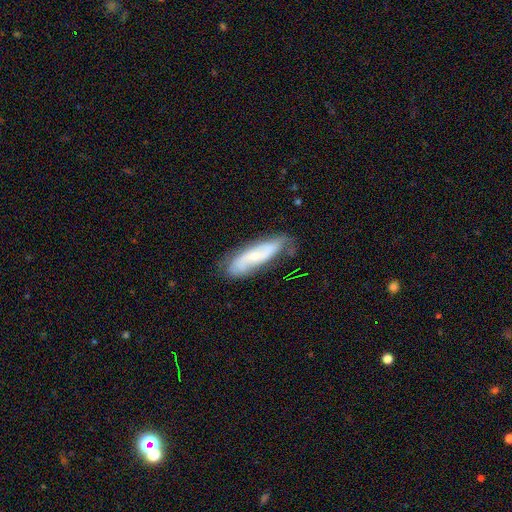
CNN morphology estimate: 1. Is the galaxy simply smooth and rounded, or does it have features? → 64% featured or disk, 29% smooth, 7% star or artifact.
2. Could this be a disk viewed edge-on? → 81% no, 19% yes.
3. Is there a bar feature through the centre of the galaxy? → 58% no, 30% weak, 12% strong.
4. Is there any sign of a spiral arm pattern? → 87% yes, 13% no.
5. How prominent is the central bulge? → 64% small, 29% moderate, 3% none, 2% large, 1% dominant.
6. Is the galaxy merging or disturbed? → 69% none, 23% minor disturbance, 6% major disturbance, 2% merger.